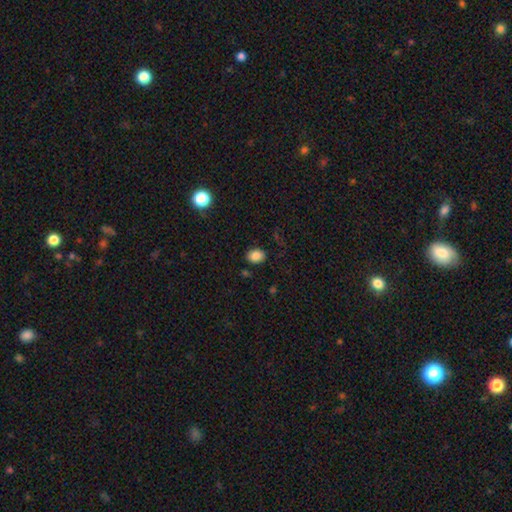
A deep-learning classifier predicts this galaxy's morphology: Smooth or featured: smooth — 85% (star or artifact — 10%)
How rounded: in between — 62% (round — 37%)
Merging: none — 85% (minor disturbance — 10%)